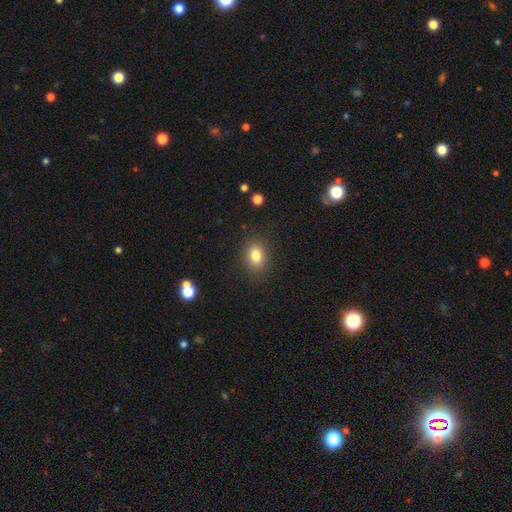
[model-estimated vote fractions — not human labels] This appears to be a smooth galaxy with no disk features (81%) that is in between round and cigar-shaped (58%). Merging: none (86%).